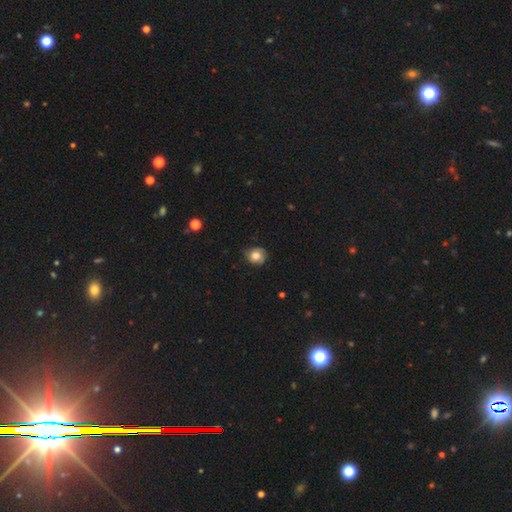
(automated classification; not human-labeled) Overall: smooth (72%). How rounded: round (76%). Merging: none (69%).